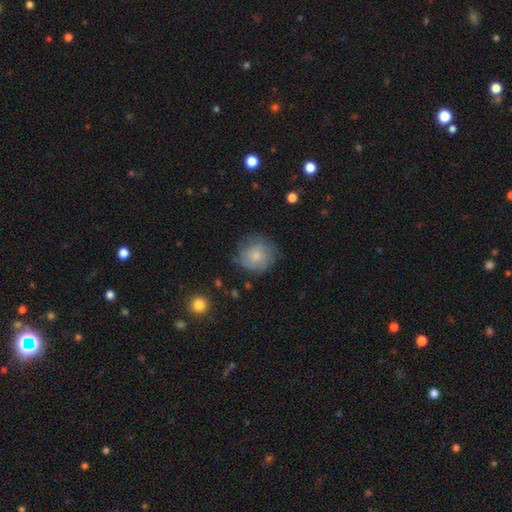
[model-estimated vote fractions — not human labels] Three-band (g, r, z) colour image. It shows a smooth galaxy with no disk features (69%) that is round (88%). Merging: none (63%).